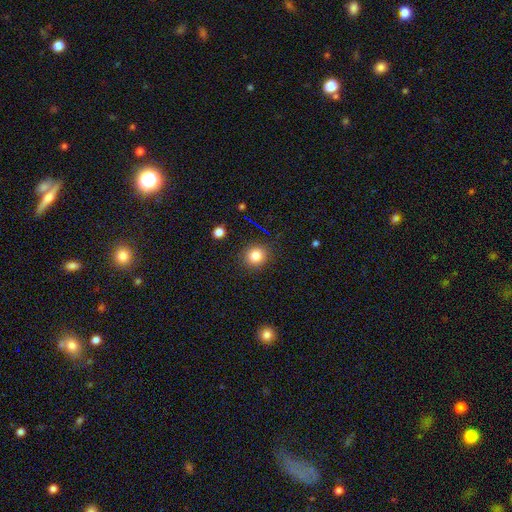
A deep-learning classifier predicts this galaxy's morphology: smooth 81%, star or artifact 13%, featured or disk 6%. Down the decision tree: how rounded — round (88%); merging — none (90%).